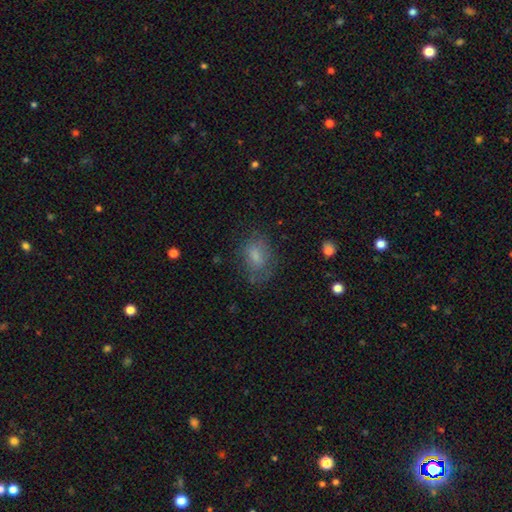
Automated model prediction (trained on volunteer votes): smooth_or_featured: smooth (p=0.73) [alt: featured or disk p=0.17]
how_rounded: in between (p=0.81) [alt: round p=0.17]
merging: none (p=0.65) [alt: minor disturbance p=0.22]